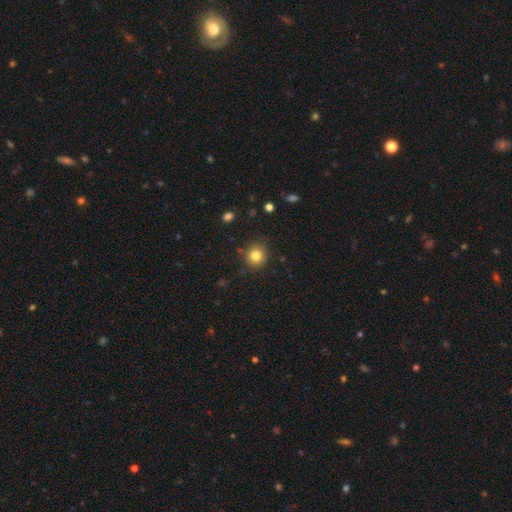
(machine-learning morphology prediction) type=smooth (82%); roundness=round (88%); merging=none (86%).